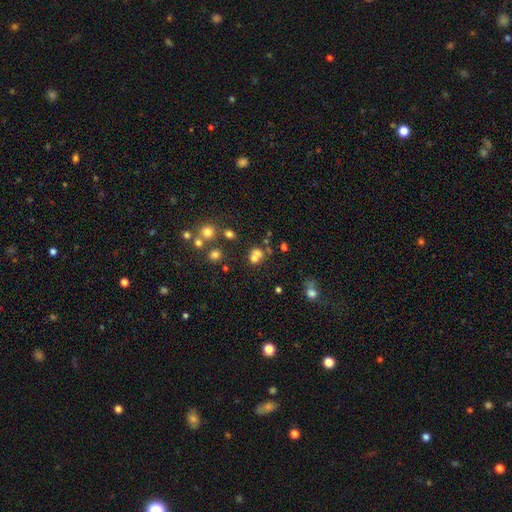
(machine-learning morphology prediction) smooth_or_featured: smooth (p=0.63) [alt: star or artifact p=0.21]
how_rounded: round (p=0.72) [alt: in between p=0.26]
merging: merger (p=0.47) [alt: none p=0.40]